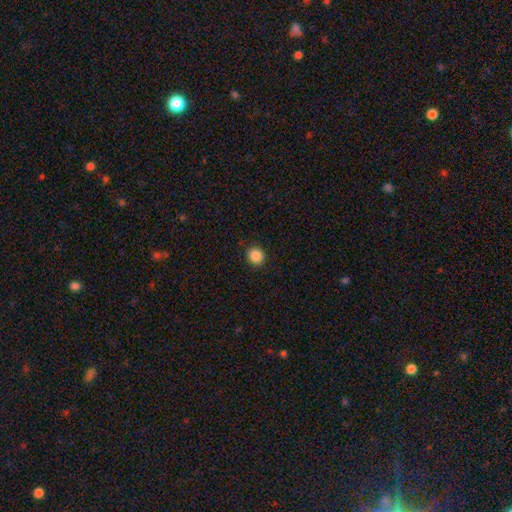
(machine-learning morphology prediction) This is clearly a smooth galaxy (88%). How rounded: clearly round (88%). Merging: clearly none (90%).